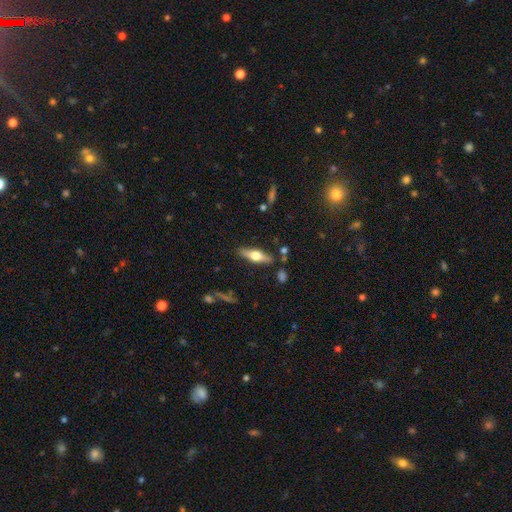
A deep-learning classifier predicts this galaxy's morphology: Smooth or featured: featured or disk — 50% (smooth — 44%)
Merging: none — 84% (minor disturbance — 10%)